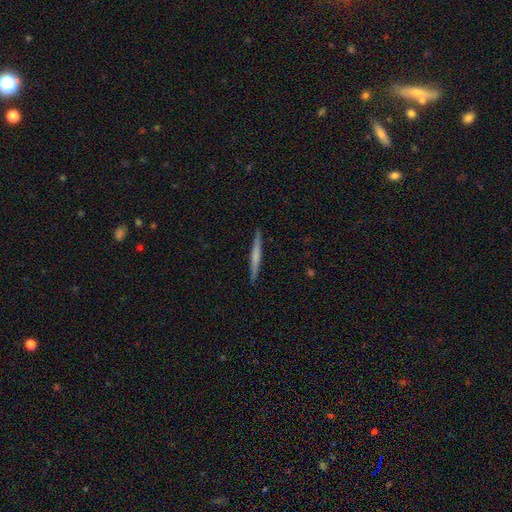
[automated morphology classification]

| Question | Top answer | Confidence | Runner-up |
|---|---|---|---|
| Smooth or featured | smooth | 49% | featured or disk (45%) |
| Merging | none | 92% | minor disturbance (6%) |